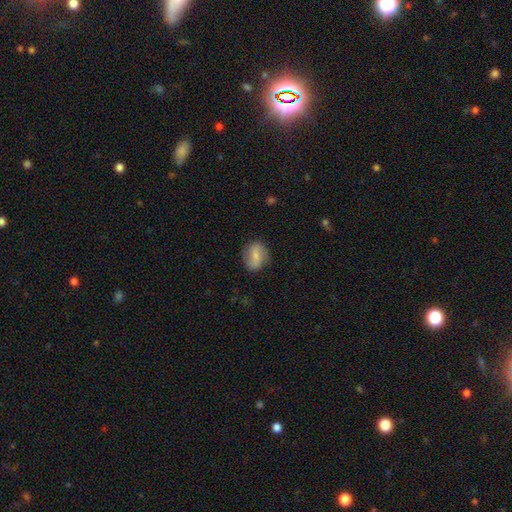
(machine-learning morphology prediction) smooth_or_featured: smooth (p=0.52) [alt: featured or disk p=0.40]
how_rounded: in between (p=0.53) [alt: round p=0.45]
merging: none (p=0.77) [alt: minor disturbance p=0.16]